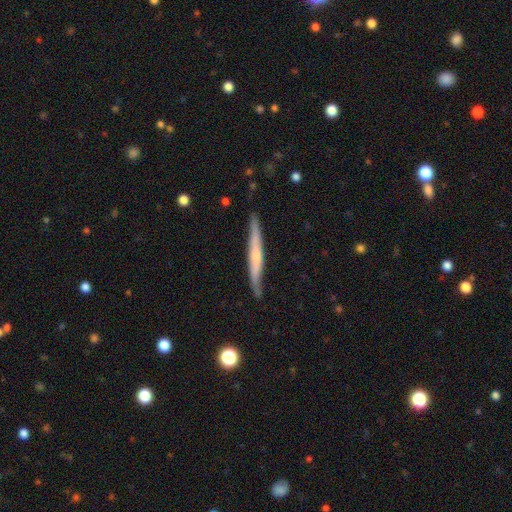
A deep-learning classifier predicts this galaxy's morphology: Smooth or featured: featured or disk — 57% (smooth — 38%)
Edge-on disk: yes — 94% (no — 6%)
Edge-on bulge: rounded — 51% (none — 41%)
Merging: none — 83% (minor disturbance — 14%)